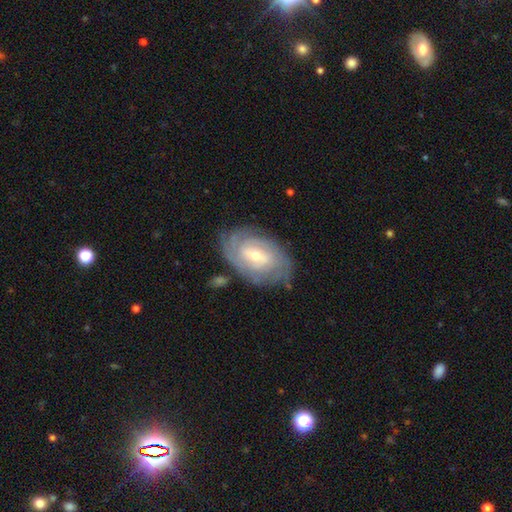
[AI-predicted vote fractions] Morphology: type=featured or disk (80%); edge-on=no (95%); bar=weak (53%); spiral arms=yes (90%); winding=tight (72%); arm count=can't tell (45%); bulge=moderate (52%); merging=none (76%).